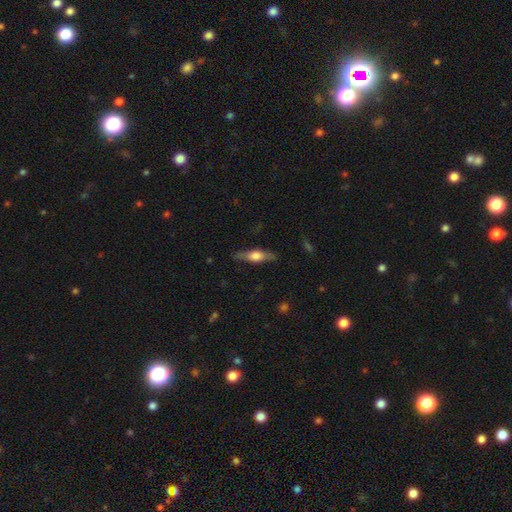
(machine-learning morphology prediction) Smooth or featured: featured or disk — 56% (smooth — 38%)
Edge-on disk: yes — 92% (no — 8%)
Edge-on bulge: rounded — 85% (boxy — 12%)
Merging: none — 84% (minor disturbance — 12%)